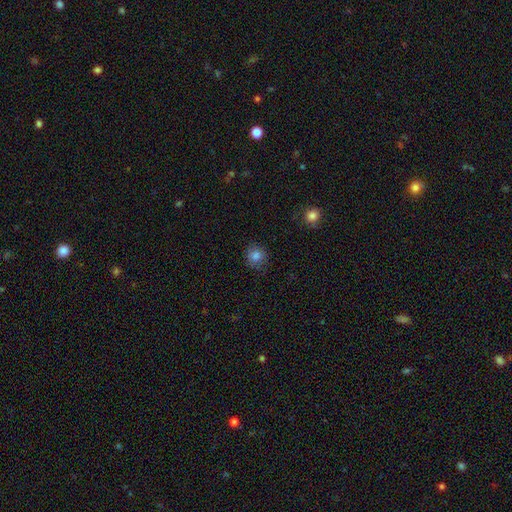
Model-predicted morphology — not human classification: This is clearly a smooth galaxy (83%). How rounded: clearly round (85%). Merging: clearly none (83%).